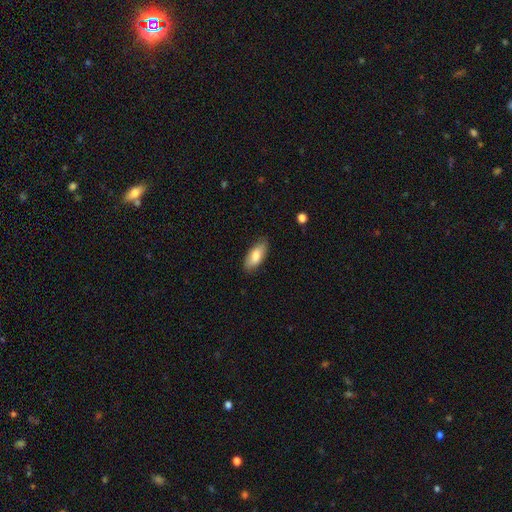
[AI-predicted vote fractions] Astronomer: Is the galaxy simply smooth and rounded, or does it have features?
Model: smooth — 78%.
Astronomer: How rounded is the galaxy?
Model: in between — 85%.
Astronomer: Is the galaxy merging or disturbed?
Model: none — 81%.